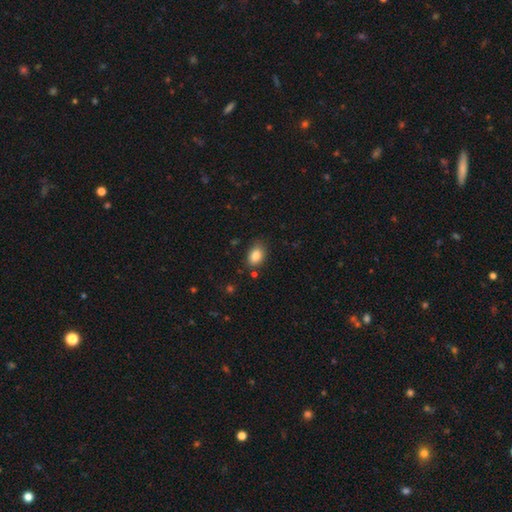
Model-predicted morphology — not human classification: This is clearly a smooth galaxy (85%). How rounded: clearly in between (82%). Merging: likely none (78%).